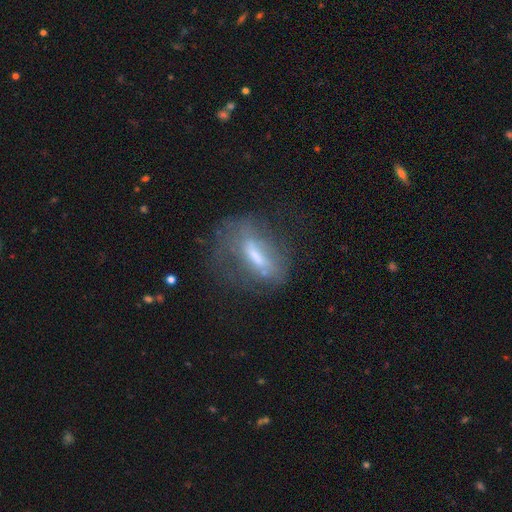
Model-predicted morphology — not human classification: This is possibly a featured or disk galaxy (52%). It is likely not viewed edge-on (79%). Merging: possibly none (48%).